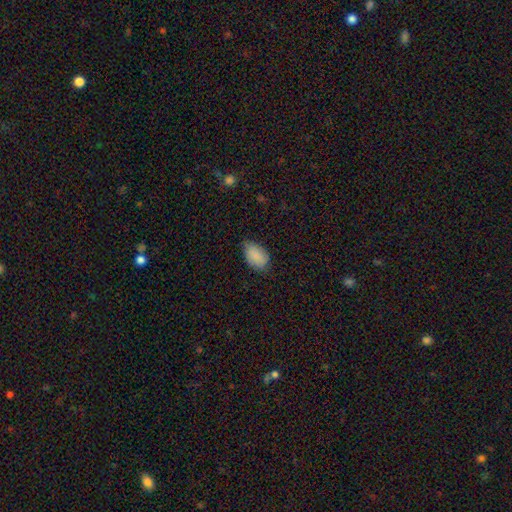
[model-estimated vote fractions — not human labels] A smooth galaxy with no disk features (86%) that is in between round and cigar-shaped (91%). Merging: none (64%).